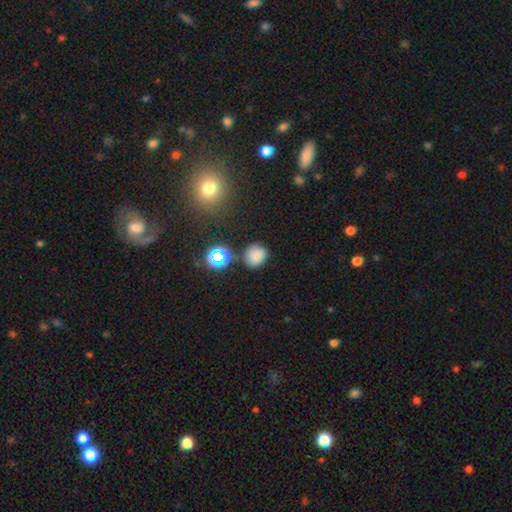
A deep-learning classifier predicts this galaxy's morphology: A smooth galaxy with no disk features (78%) that is round (73%).

Vote fractions:
- Smooth or featured? smooth: 78% / star or artifact: 16% / featured or disk: 6%
- How rounded? round: 73% / in between: 26% / cigar-shaped: 1%
- Merging? none: 76% / minor disturbance: 14% / merger: 5% / major disturbance: 4%